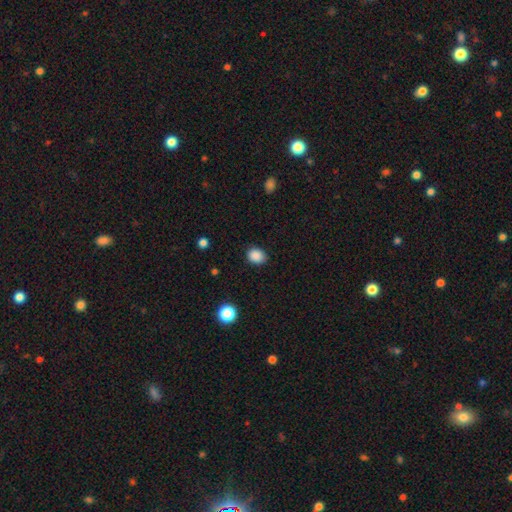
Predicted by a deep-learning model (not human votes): Smooth or featured: smooth — 88% (star or artifact — 10%)
How rounded: round — 53% (in between — 46%)
Merging: none — 86% (minor disturbance — 10%)